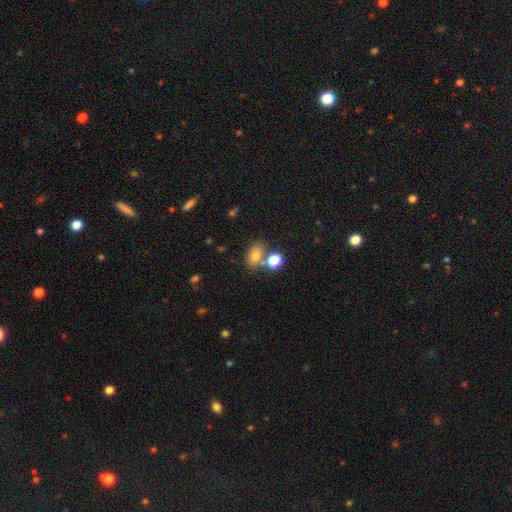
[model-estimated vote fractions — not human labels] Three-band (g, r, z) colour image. It shows a smooth galaxy with no disk features (75%) that is in between round and cigar-shaped (74%). Merging: none (58%).